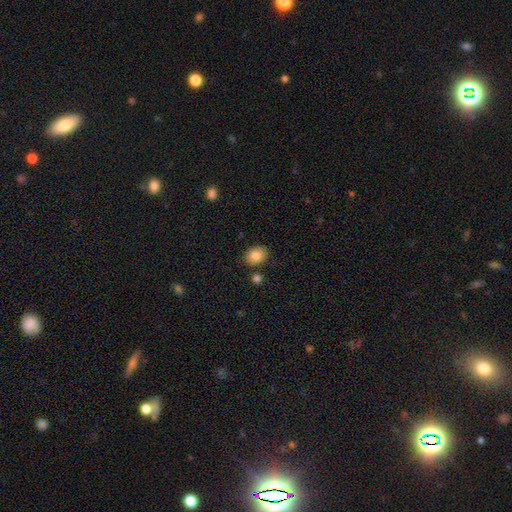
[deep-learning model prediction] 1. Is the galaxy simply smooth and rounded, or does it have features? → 84% smooth, 9% star or artifact, 7% featured or disk.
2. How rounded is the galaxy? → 52% in between, 47% round, 1% cigar-shaped.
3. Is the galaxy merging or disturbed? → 82% none, 11% minor disturbance, 5% merger, 3% major disturbance.